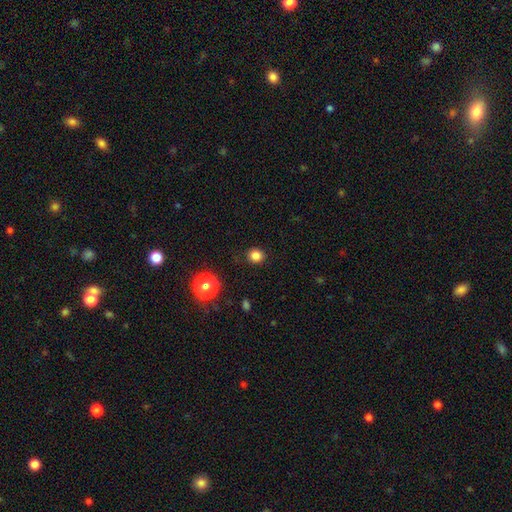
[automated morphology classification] smooth 83%, star or artifact 14%, featured or disk 4%. Down the decision tree: how rounded — round (87%); merging — none (90%).